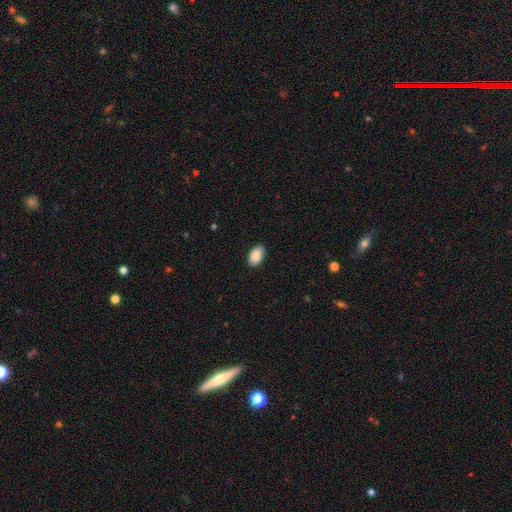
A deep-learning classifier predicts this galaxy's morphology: smooth-or-featured: smooth: 87% | star or artifact: 7% | featured or disk: 6%
  how-rounded: in between: 92% | round: 6% | cigar-shaped: 1%
  merging: none: 87% | minor disturbance: 10% | major disturbance: 2% | merger: 1%